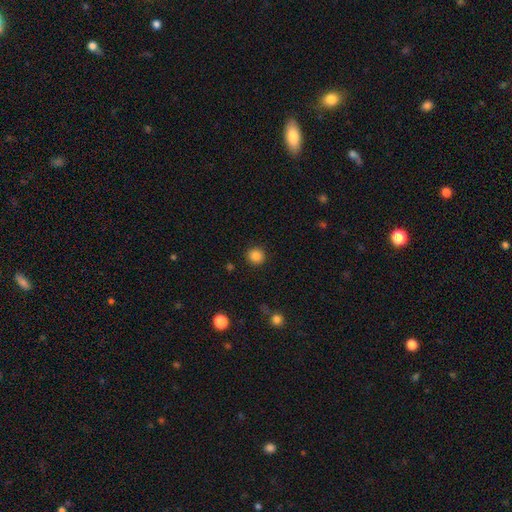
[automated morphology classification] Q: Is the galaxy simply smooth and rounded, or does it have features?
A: smooth — 85%.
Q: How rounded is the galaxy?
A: round — 94%.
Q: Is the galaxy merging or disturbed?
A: none — 91%.